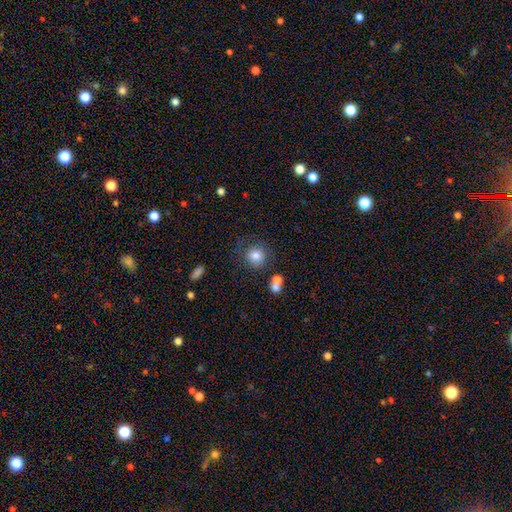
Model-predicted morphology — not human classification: Overall: smooth (80%). How rounded: round (89%). Merging: none (71%).